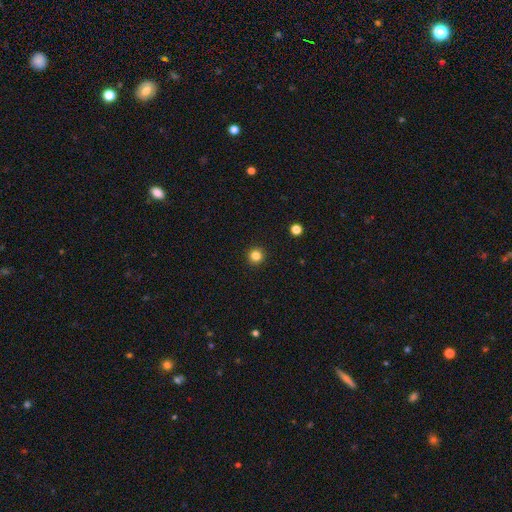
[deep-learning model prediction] smooth 83%, star or artifact 12%, featured or disk 4%. Down the decision tree: how rounded — round (95%); merging — none (93%).